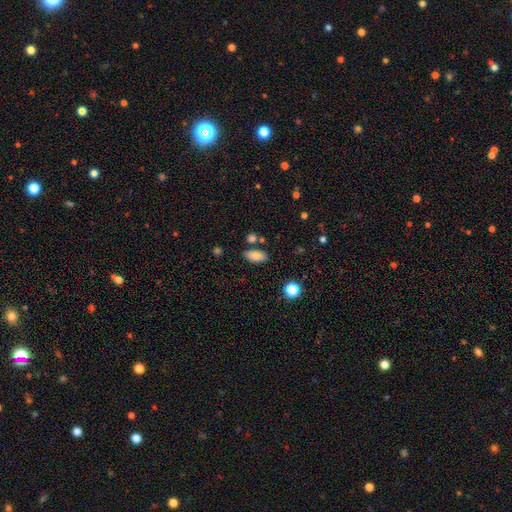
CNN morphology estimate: smooth 84%, star or artifact 9%, featured or disk 7%. Down the decision tree: how rounded — in between (90%); merging — none (79%).